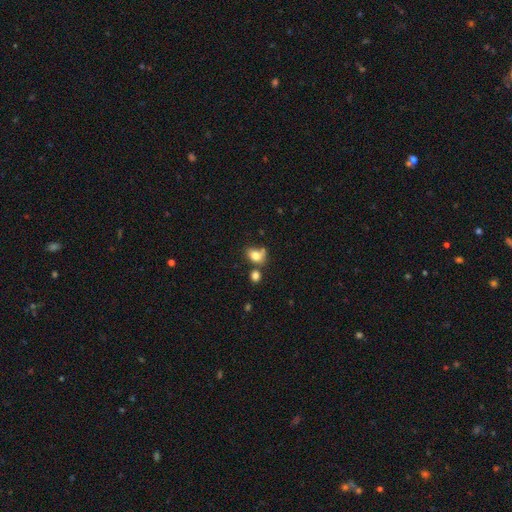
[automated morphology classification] Smooth or featured?
  - smooth: 78% *
  - featured or disk: 12%
  - star or artifact: 10%
How rounded?
  - in between: 66% *
  - round: 32%
  - cigar-shaped: 1%
Merging?
  - none: 42% *
  - merger: 27%
  - minor disturbance: 21%
  - major disturbance: 10%